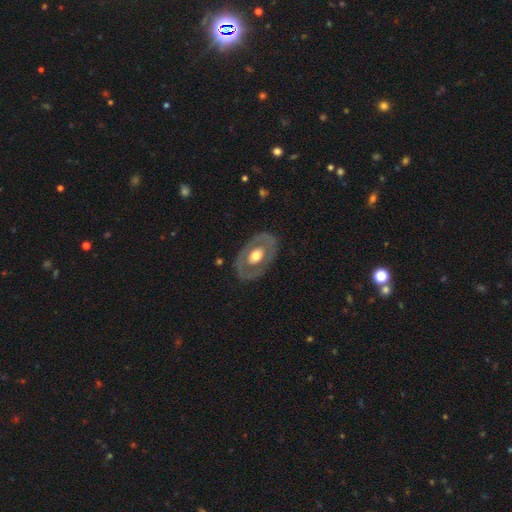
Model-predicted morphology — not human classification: Smooth or featured?
  - featured or disk: 57% *
  - smooth: 39%
  - star or artifact: 5%
Edge-on disk?
  - no: 91% *
  - yes: 9%
Bar?
  - no: 84% *
  - weak: 12%
  - strong: 4%
Spiral arms?
  - no: 87% *
  - yes: 13%
Bulge size?
  - moderate: 58% *
  - large: 34%
  - small: 5%
  - dominant: 2%
  - none: 1%
Merging?
  - none: 81% *
  - minor disturbance: 13%
  - major disturbance: 5%
  - merger: 1%